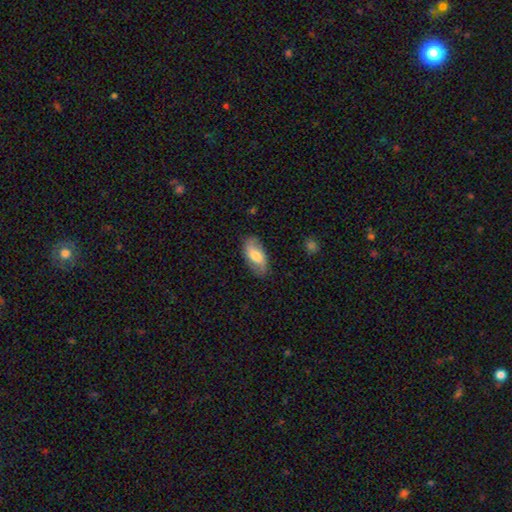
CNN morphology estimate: This is possibly a smooth galaxy (53%). How rounded: clearly in between (89%). Merging: clearly none (81%).